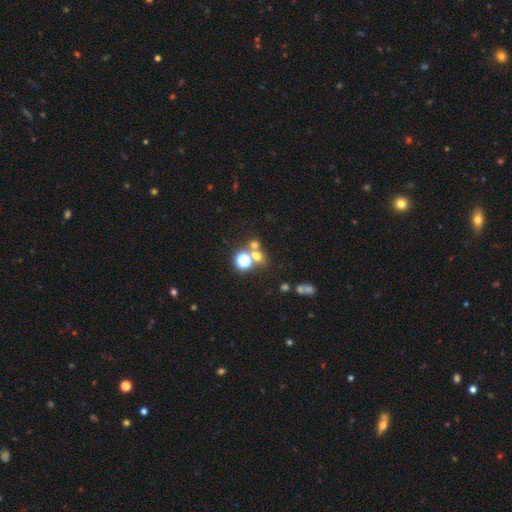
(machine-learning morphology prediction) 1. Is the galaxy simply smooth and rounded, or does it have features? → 56% smooth, 32% star or artifact, 12% featured or disk.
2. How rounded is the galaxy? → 73% round, 25% in between, 2% cigar-shaped.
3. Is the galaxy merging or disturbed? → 55% none, 32% merger, 8% minor disturbance, 5% major disturbance.